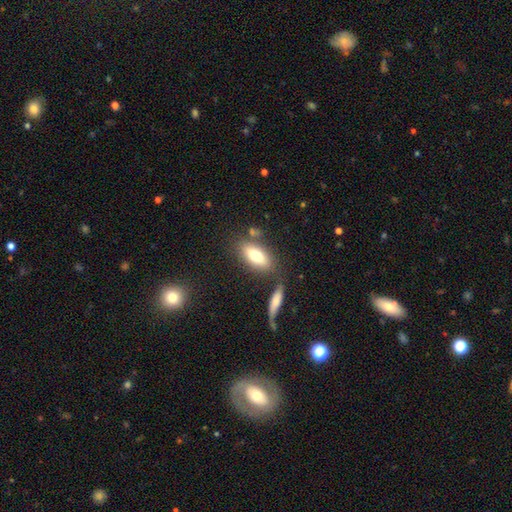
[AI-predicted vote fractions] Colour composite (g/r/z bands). It shows a smooth galaxy with no disk features (76%) that is in between round and cigar-shaped (83%). Merging: none (68%).